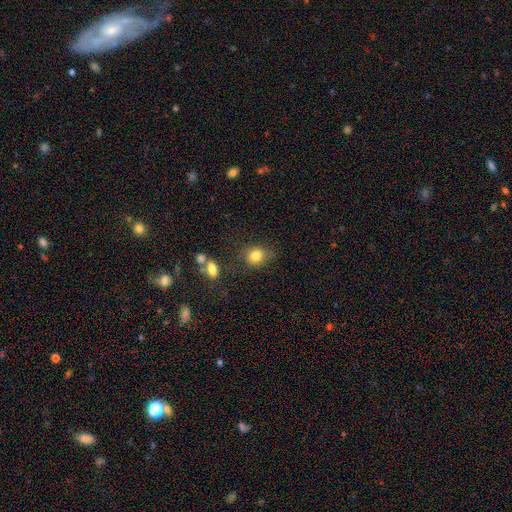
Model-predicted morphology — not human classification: Overall: smooth (82%). How rounded: round (72%). Merging: none (73%).